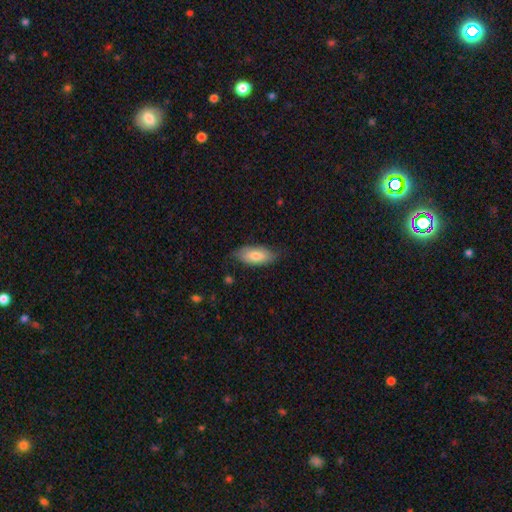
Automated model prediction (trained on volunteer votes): Smooth or featured? smooth (77%)
How rounded? in between (89%)
Merging? none (71%)